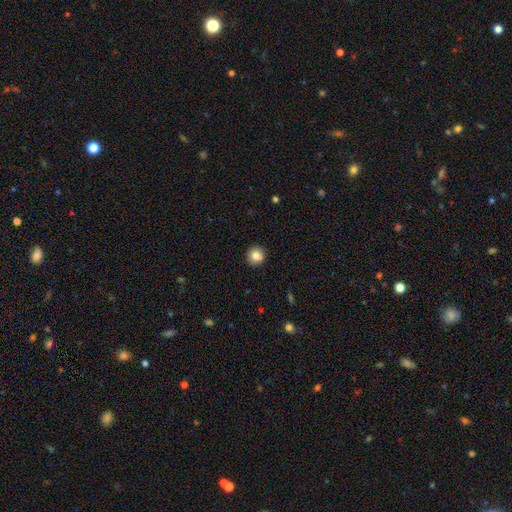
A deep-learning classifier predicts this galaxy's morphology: A smooth galaxy with no disk features (82%) that is round (92%).

Vote fractions:
- Smooth or featured? smooth: 82% / star or artifact: 10% / featured or disk: 8%
- How rounded? round: 92% / in between: 7% / cigar-shaped: 1%
- Merging? none: 89% / minor disturbance: 7% / merger: 2% / major disturbance: 2%